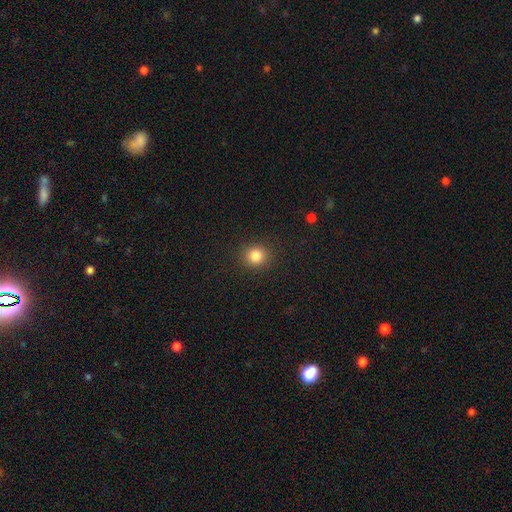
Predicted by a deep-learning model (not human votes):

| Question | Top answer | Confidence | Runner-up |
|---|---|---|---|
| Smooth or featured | smooth | 83% | star or artifact (11%) |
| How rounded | round | 88% | in between (11%) |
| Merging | none | 90% | minor disturbance (6%) |